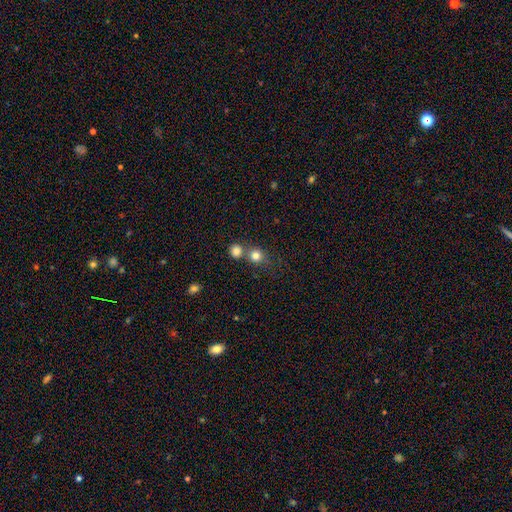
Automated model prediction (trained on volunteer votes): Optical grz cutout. It shows a smooth galaxy with no disk features (80%) that is round (86%). Merging: none (55%).